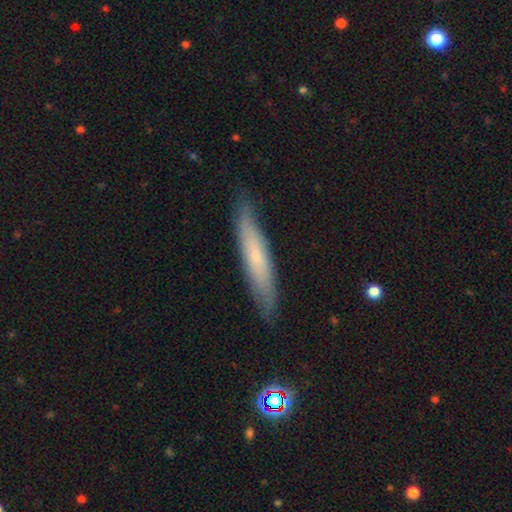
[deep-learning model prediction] Smooth or featured? Predicted: smooth (p=0.55). How rounded? Predicted: cigar-shaped (p=0.89). Merging? Predicted: none (p=0.83).